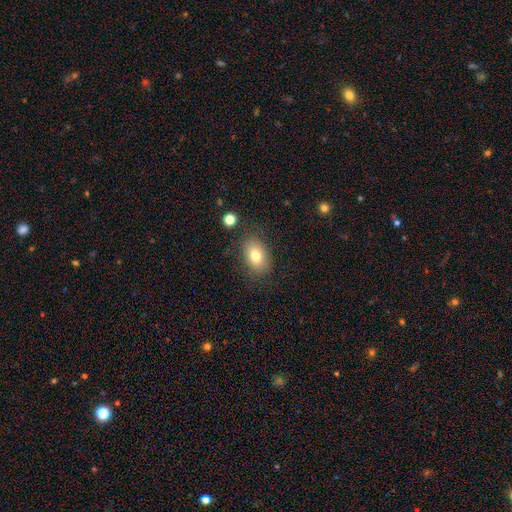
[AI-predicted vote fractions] smooth 78%, featured or disk 13%, star or artifact 10%. Down the decision tree: how rounded — in between (79%); merging — none (80%).